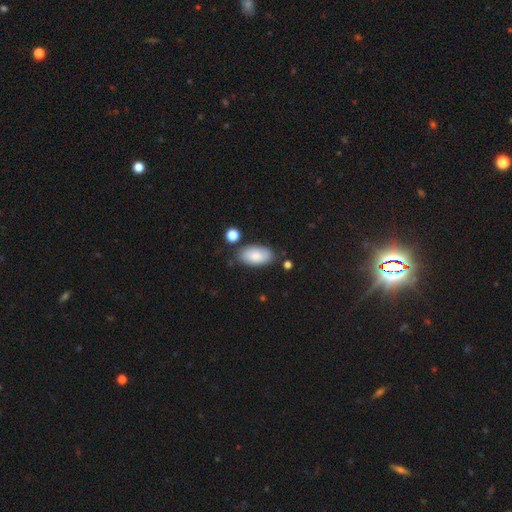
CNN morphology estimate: smooth 79%, featured or disk 14%, star or artifact 7%. Down the decision tree: how rounded — in between (94%); merging — none (73%).